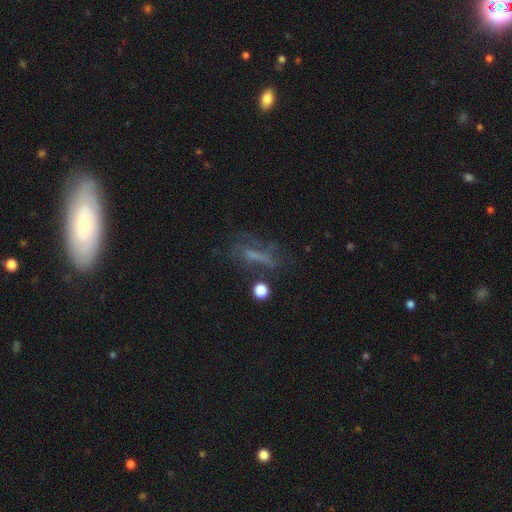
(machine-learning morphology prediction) This appears to be a featured or disk galaxy (40%). Merging: none (46%).